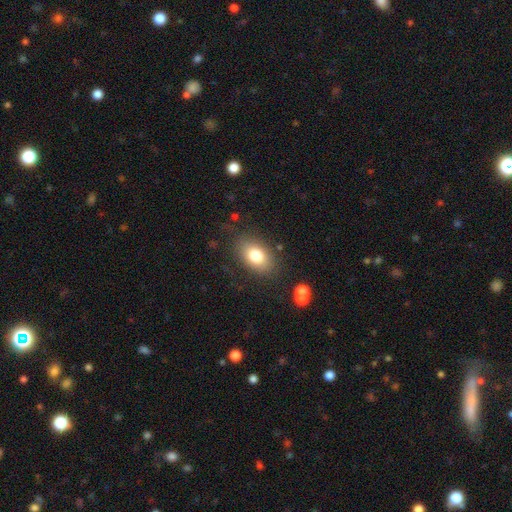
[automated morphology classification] Smooth or featured? smooth (78%)
How rounded? in between (83%)
Merging? none (81%)